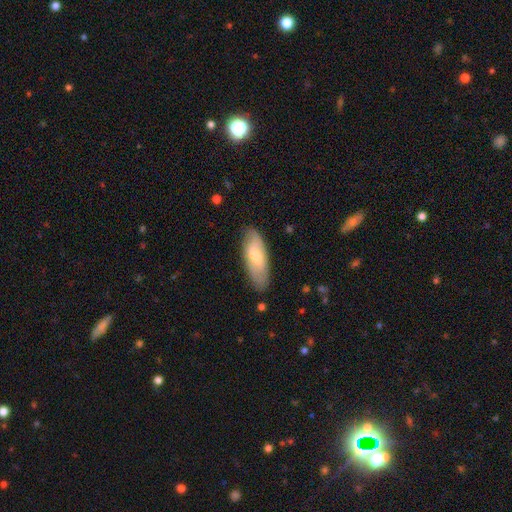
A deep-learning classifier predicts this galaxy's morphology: smooth 60%, featured or disk 35%, star or artifact 6%. Down the decision tree: how rounded — in between (74%); merging — none (81%).